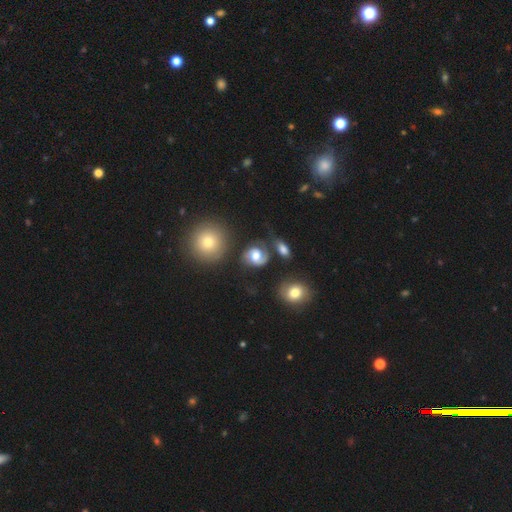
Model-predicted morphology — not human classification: This appears to be a featured or disk galaxy (62%) with no bar (59%), 2 (85%) medium (49%) spiral arms (85%) and a moderate central bulge (54%). Merging: none (63%).